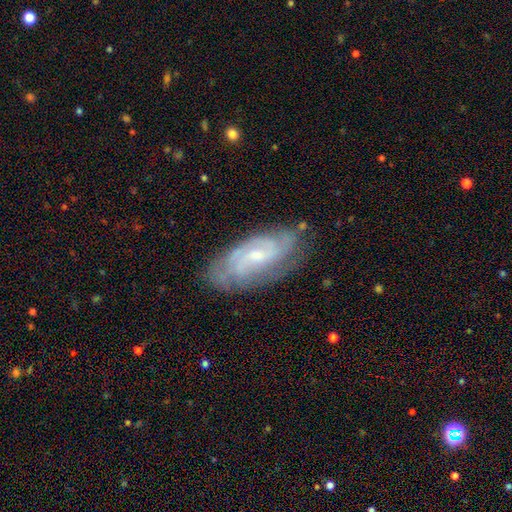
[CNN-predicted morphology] Smooth or featured? Predicted: featured or disk (p=0.81). Edge-on disk? Predicted: no (p=0.93). Bar? Predicted: no (p=0.49). Spiral arms? Predicted: yes (p=0.95). Spiral winding? Predicted: tight (p=0.57). Spiral arm count? Predicted: can't tell (p=0.33). Bulge size? Predicted: small (p=0.61). Merging? Predicted: none (p=0.75).